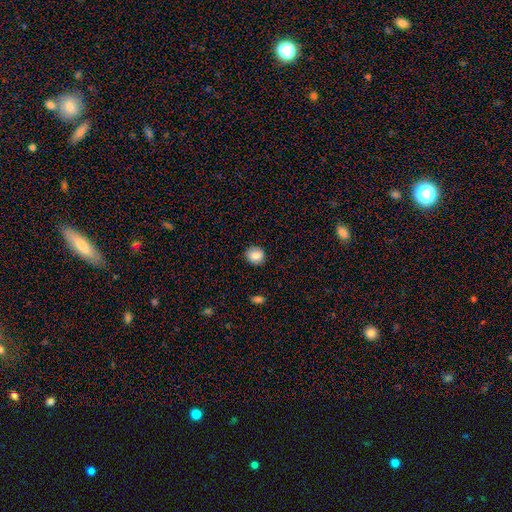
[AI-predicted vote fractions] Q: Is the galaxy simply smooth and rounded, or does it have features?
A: smooth — 85%.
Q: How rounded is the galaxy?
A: round — 83%.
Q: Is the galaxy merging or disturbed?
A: none — 88%.